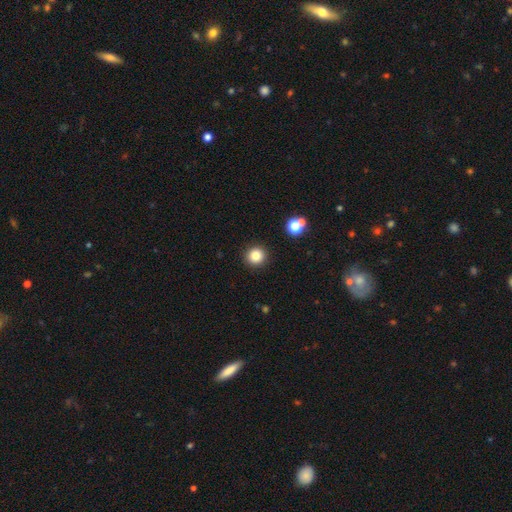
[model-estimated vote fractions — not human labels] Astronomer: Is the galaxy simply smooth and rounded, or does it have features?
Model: smooth — 82%.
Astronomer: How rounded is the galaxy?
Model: round — 94%.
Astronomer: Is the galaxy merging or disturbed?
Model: none — 91%.